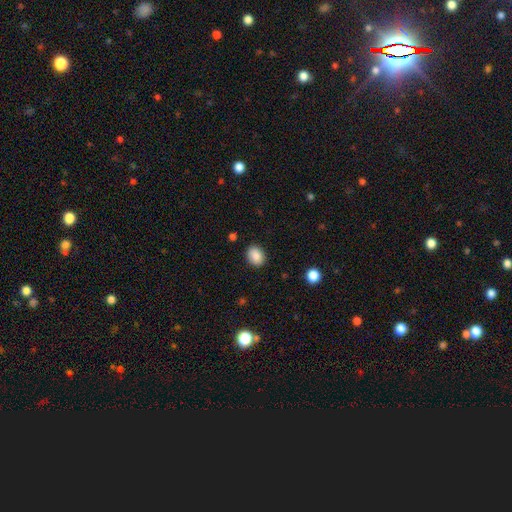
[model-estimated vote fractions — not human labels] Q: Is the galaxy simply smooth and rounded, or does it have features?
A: smooth — 87%.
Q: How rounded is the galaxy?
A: in between — 57%.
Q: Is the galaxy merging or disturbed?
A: none — 88%.